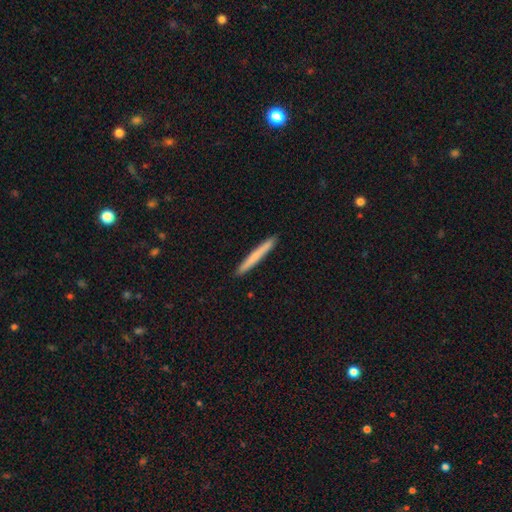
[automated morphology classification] A smooth galaxy with no disk features (69%) that is cigar-shaped (97%).

Vote fractions:
- Smooth or featured? smooth: 69% / featured or disk: 26% / star or artifact: 5%
- How rounded? cigar-shaped: 97% / in between: 2% / round: 1%
- Merging? none: 93% / minor disturbance: 5% / major disturbance: 1% / merger: 1%